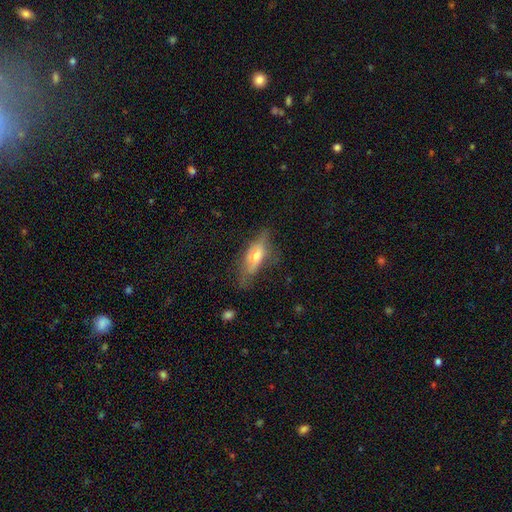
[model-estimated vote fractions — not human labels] Smooth or featured? Predicted: smooth (p=0.50). How rounded? Predicted: in between (p=0.65). Merging? Predicted: none (p=0.53).